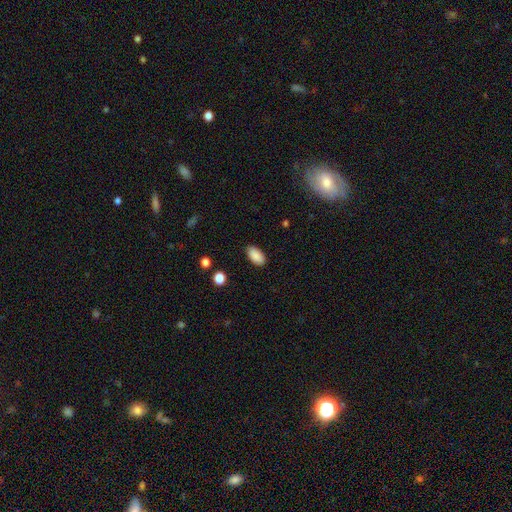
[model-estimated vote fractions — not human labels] This appears to be a smooth galaxy with no disk features (89%) that is in between round and cigar-shaped (94%). Merging: none (89%).